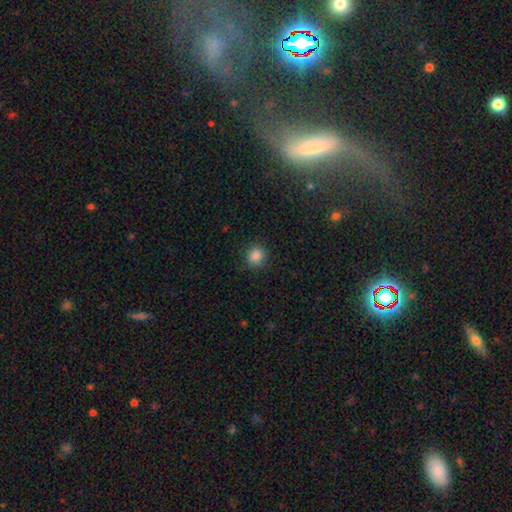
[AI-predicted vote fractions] The model was most divided on "how rounded": round: 83%, in between: 16%, cigar-shaped: 1%. More confident: merging — none (88%); smooth or featured — smooth (86%).